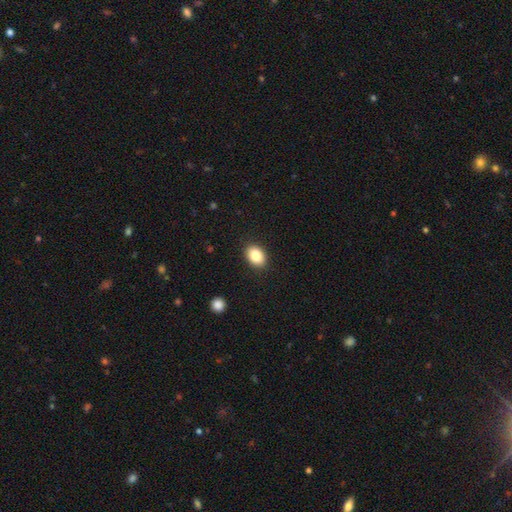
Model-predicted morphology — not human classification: A smooth galaxy with no disk features (86%) that is in between round and cigar-shaped (77%). Merging: none (90%).